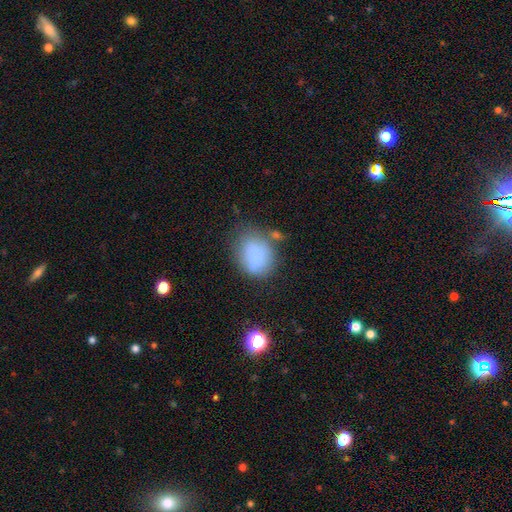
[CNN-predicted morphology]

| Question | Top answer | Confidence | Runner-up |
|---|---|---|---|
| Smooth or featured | smooth | 76% | featured or disk (13%) |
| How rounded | in between | 53% | round (46%) |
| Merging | none | 51% | minor disturbance (26%) |